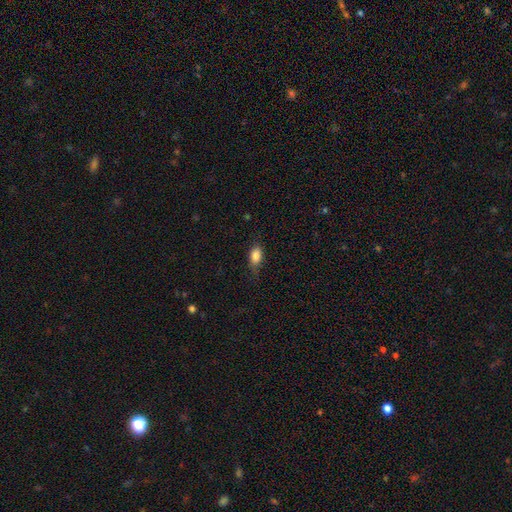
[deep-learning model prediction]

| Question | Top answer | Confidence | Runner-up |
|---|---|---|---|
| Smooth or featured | smooth | 84% | star or artifact (8%) |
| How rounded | in between | 86% | round (8%) |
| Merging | none | 68% | minor disturbance (24%) |